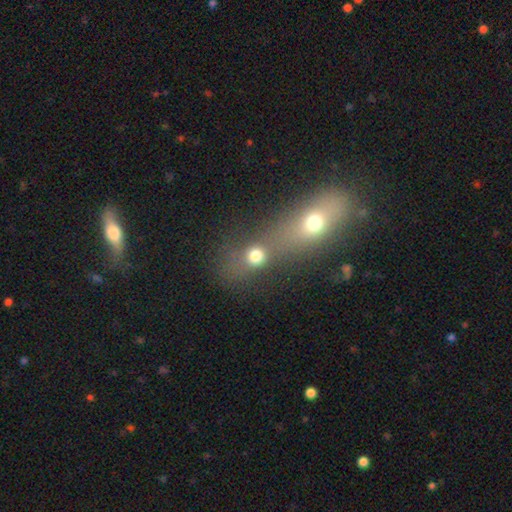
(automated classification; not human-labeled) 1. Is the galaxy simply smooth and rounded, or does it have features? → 68% smooth, 18% star or artifact, 14% featured or disk.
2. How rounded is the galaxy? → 63% round, 33% in between, 4% cigar-shaped.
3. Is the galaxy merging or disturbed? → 58% merger, 28% none, 7% major disturbance, 7% minor disturbance.